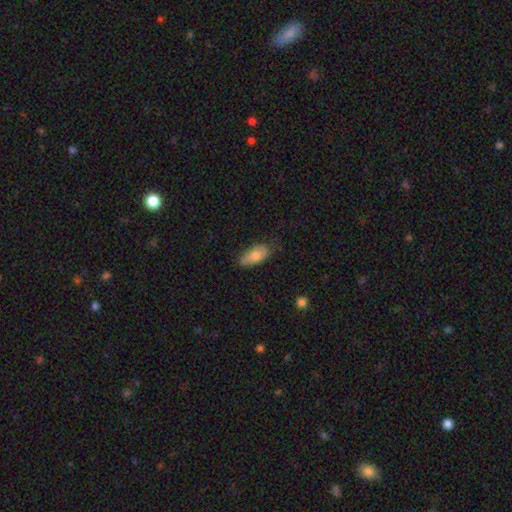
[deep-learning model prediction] This appears to be a smooth galaxy with no disk features (77%) that is in between round and cigar-shaped (87%). Merging: none (70%).